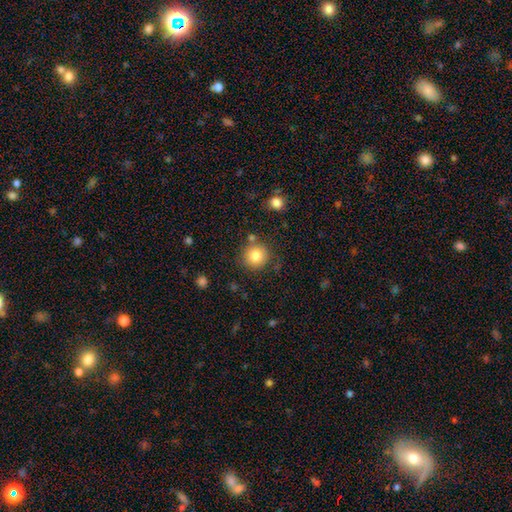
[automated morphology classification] Smooth or featured? Predicted: smooth (p=0.81). How rounded? Predicted: round (p=0.92). Merging? Predicted: none (p=0.80).